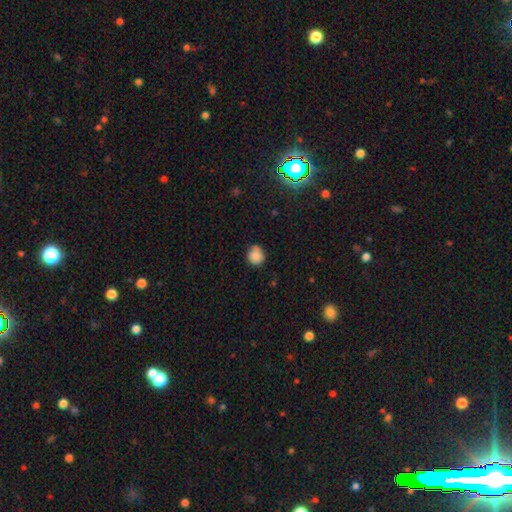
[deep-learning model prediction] Smooth or featured: smooth — 85% (star or artifact — 10%)
How rounded: round — 83% (in between — 16%)
Merging: none — 71% (minor disturbance — 24%)